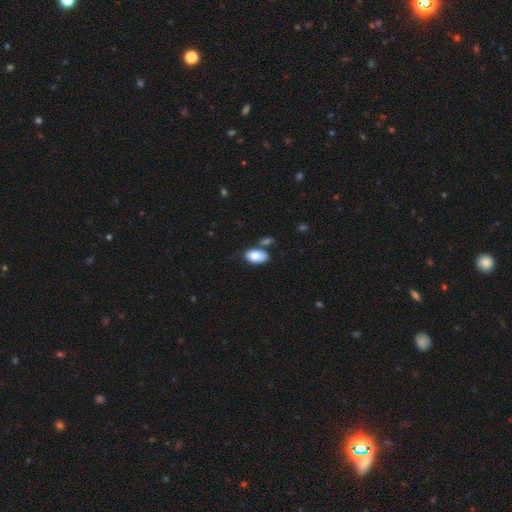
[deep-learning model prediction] Smooth or featured?
  - smooth: 86% *
  - featured or disk: 8%
  - star or artifact: 6%
How rounded?
  - in between: 94% *
  - round: 5%
  - cigar-shaped: 2%
Merging?
  - none: 60% *
  - minor disturbance: 18%
  - merger: 18%
  - major disturbance: 5%